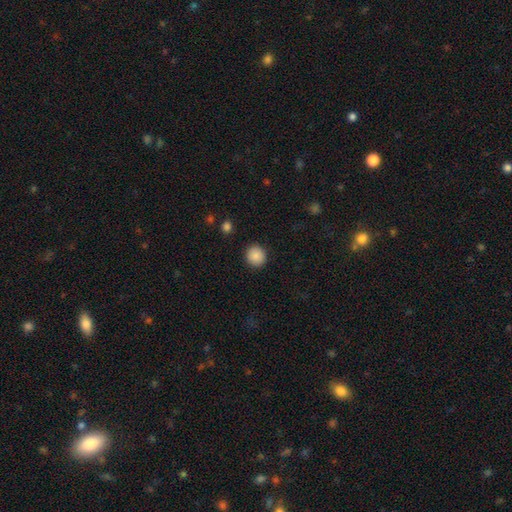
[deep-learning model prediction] This is clearly a smooth galaxy (88%). How rounded: clearly round (91%). Merging: clearly none (92%).